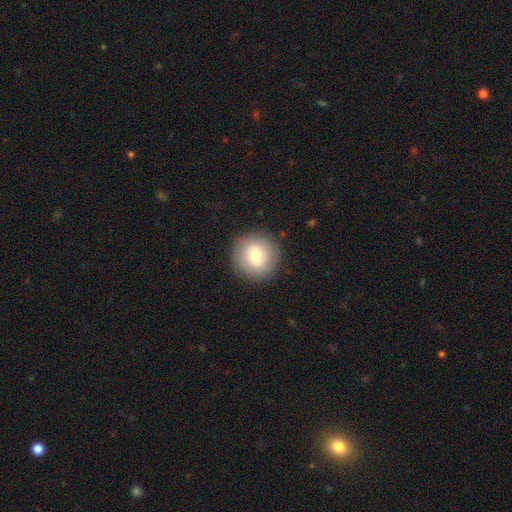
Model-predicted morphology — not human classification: Q: Smooth or featured?
A: smooth (72%); runner-up: featured or disk (19%)
Q: How rounded?
A: round (94%); runner-up: in between (5%)
Q: Merging?
A: none (89%); runner-up: minor disturbance (7%)